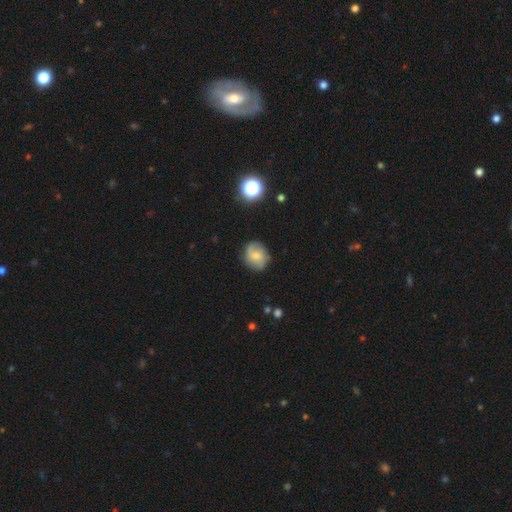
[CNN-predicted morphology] smooth-or-featured: smooth: 59% | featured or disk: 30% | star or artifact: 10%
  how-rounded: round: 66% | in between: 33% | cigar-shaped: 1%
  merging: none: 73% | minor disturbance: 20% | major disturbance: 6% | merger: 2%